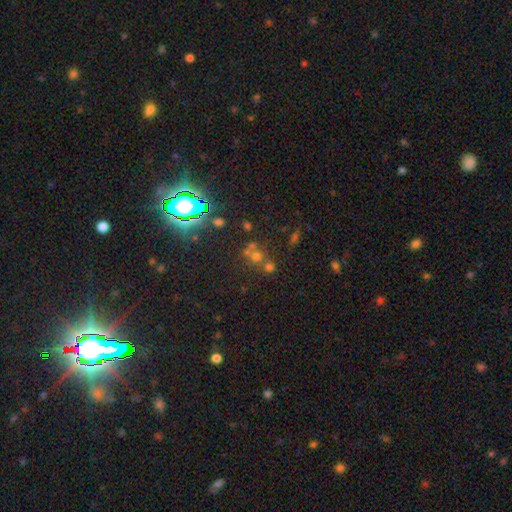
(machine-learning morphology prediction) smooth_or_featured: star or artifact (p=0.48) [alt: smooth p=0.38]